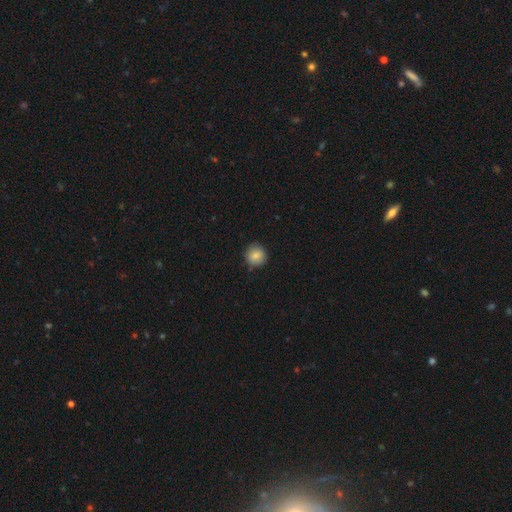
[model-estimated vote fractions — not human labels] Smooth or featured: smooth — 85% (star or artifact — 8%)
How rounded: round — 92% (in between — 7%)
Merging: none — 86% (minor disturbance — 10%)